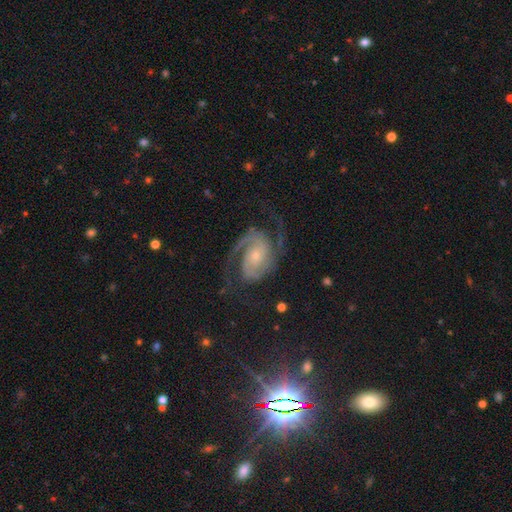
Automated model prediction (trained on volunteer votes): Q: Smooth or featured?
A: featured or disk (90%); runner-up: star or artifact (6%)
Q: Edge-on disk?
A: no (98%); runner-up: yes (2%)
Q: Bar?
A: no (67%); runner-up: weak (24%)
Q: Spiral arms?
A: yes (98%); runner-up: no (2%)
Q: Spiral winding?
A: medium (51%); runner-up: tight (36%)
Q: Spiral arm count?
A: 2 (85%); runner-up: 3 (6%)
Q: Bulge size?
A: small (71%); runner-up: moderate (24%)
Q: Merging?
A: none (71%); runner-up: minor disturbance (16%)